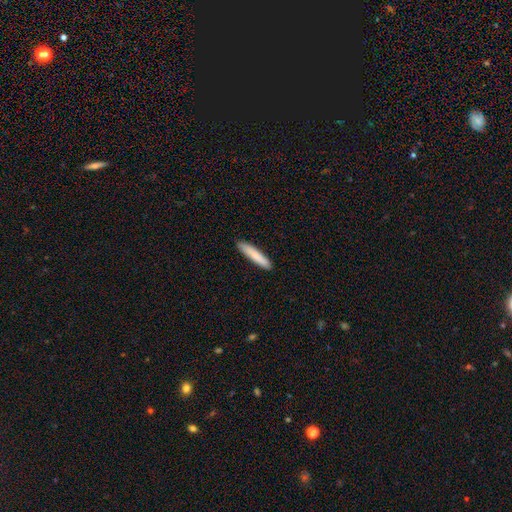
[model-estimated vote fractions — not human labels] Q: Smooth or featured?
A: smooth (82%); runner-up: featured or disk (12%)
Q: How rounded?
A: cigar-shaped (92%); runner-up: in between (7%)
Q: Merging?
A: none (91%); runner-up: minor disturbance (7%)